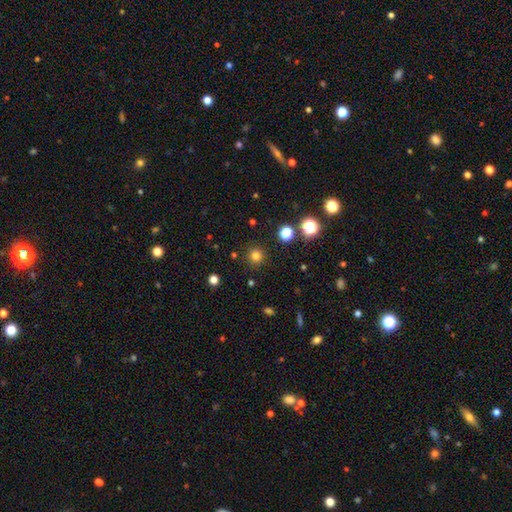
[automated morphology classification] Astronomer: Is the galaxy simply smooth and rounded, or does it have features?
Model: smooth — 79%.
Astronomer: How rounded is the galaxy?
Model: round — 95%.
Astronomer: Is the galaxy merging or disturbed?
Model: none — 91%.